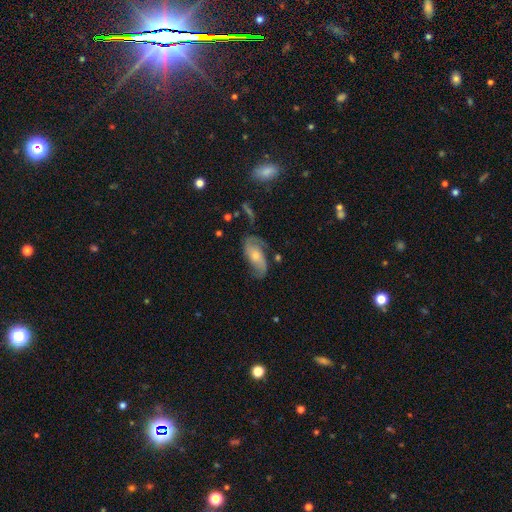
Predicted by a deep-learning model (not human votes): Smooth or featured: featured or disk — 70% (smooth — 24%)
Edge-on disk: no — 95% (yes — 5%)
Bar: no — 62% (weak — 30%)
Spiral arms: yes — 91% (no — 9%)
Spiral winding: loose — 41% (tied with medium — 41%)
Spiral arm count: 2 — 84% (can't tell — 8%)
Bulge size: moderate — 46% (small — 36%)
Merging: none — 59% (minor disturbance — 24%)